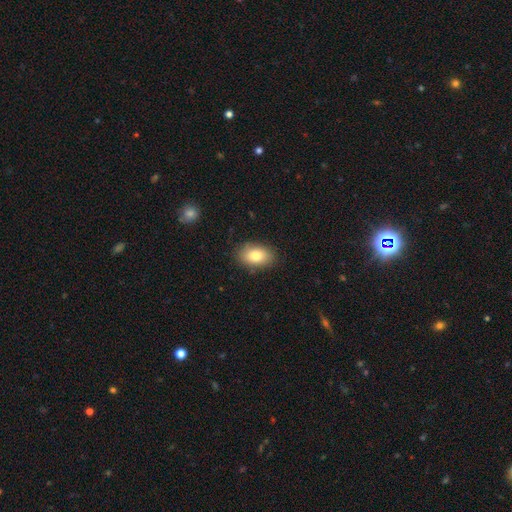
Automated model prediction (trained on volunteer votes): Overall: smooth (81%). How rounded: in between (87%). Merging: none (86%).